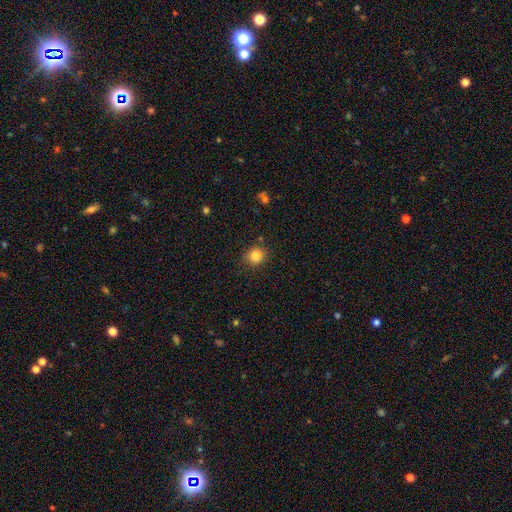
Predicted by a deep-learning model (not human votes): A smooth galaxy with no disk features (84%) that is round (82%). Merging: none (85%).